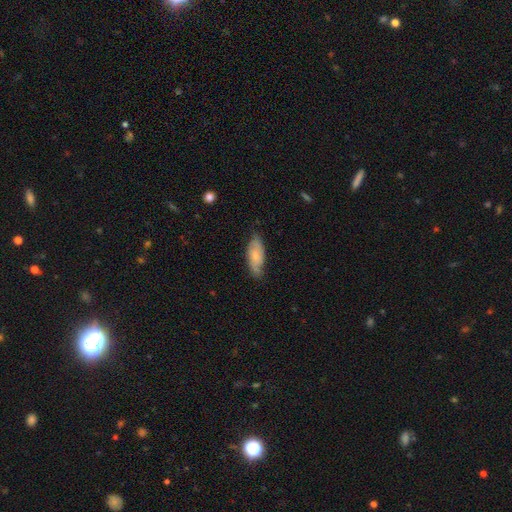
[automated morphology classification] Overall: smooth (54%; featured or disk 39%). How rounded: in between (83%). Merging: none (69%).